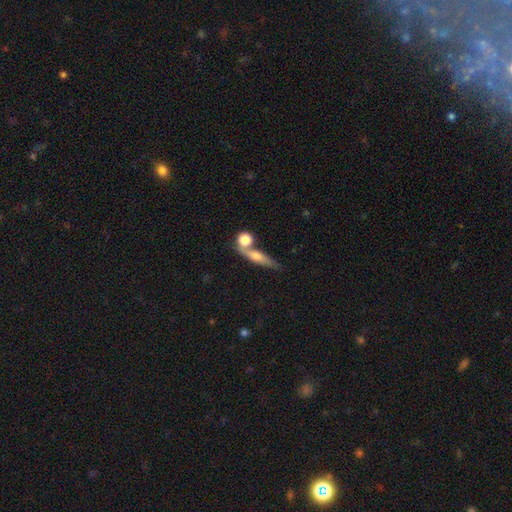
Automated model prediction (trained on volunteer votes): This is possibly a smooth galaxy (49%). Merging: possibly none (54%).